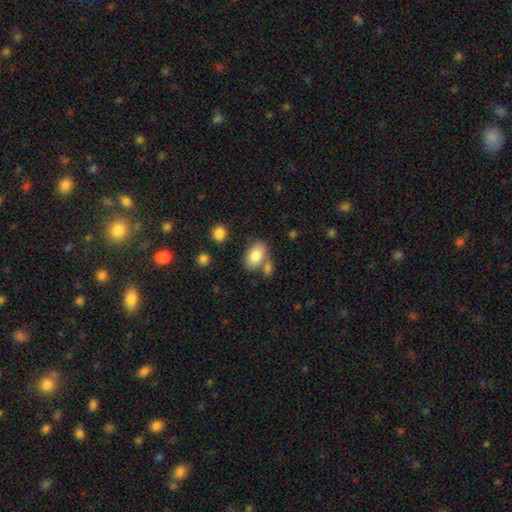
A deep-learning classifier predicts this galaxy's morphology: smooth-or-featured: smooth: 82% | featured or disk: 11% | star or artifact: 7%
  how-rounded: in between: 90% | round: 8% | cigar-shaped: 2%
  merging: none: 58% | merger: 24% | minor disturbance: 14% | major disturbance: 4%